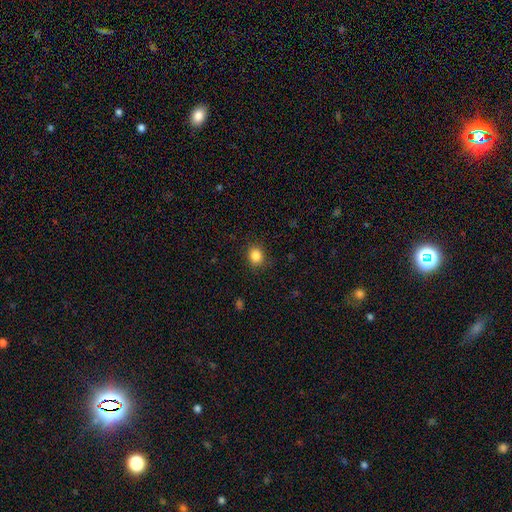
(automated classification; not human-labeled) smooth-or-featured: smooth: 85% | star or artifact: 10% | featured or disk: 4%
  how-rounded: round: 70% | in between: 29% | cigar-shaped: 1%
  merging: none: 88% | minor disturbance: 9% | major disturbance: 3% | merger: 1%